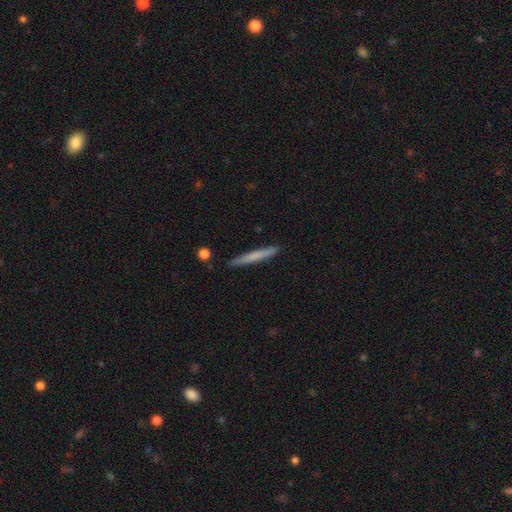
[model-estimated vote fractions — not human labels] Morphology: type=smooth (65%); roundness=cigar-shaped (96%); merging=none (90%).